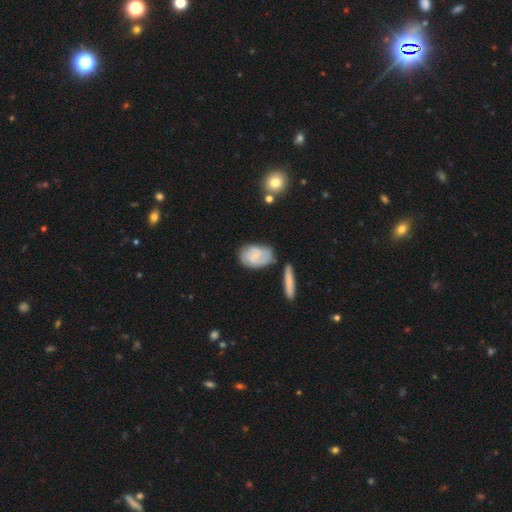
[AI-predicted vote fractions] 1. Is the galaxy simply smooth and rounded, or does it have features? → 47% featured or disk, 46% smooth, 7% star or artifact.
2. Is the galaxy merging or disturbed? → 58% none, 23% minor disturbance, 11% merger, 8% major disturbance.